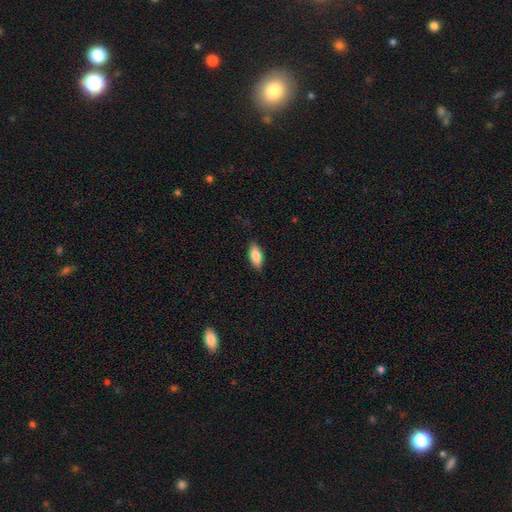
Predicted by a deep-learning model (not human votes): Smooth or featured? smooth (80%)
How rounded? in between (83%)
Merging? none (85%)